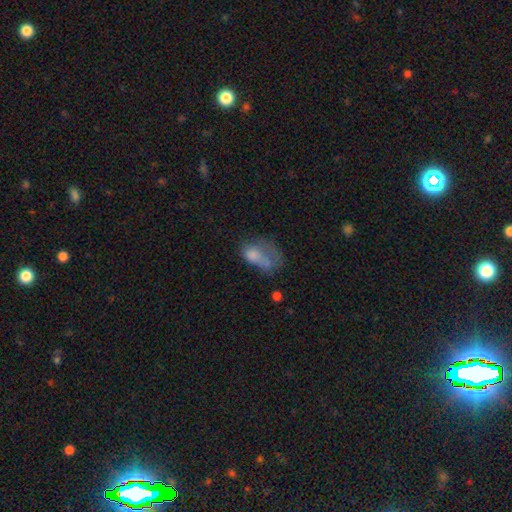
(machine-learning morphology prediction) The model was most divided on "merging": major disturbance: 49%, minor disturbance: 21%, none: 19%, merger: 12%. More confident: how rounded — in between (85%); smooth or featured — smooth (65%).